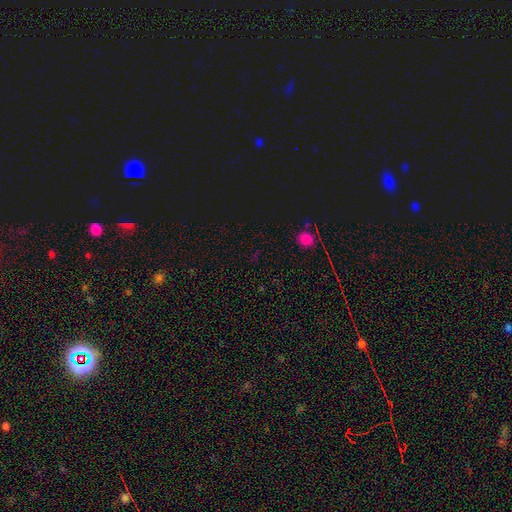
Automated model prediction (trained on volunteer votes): Smooth or featured? Predicted: star or artifact (p=0.67).